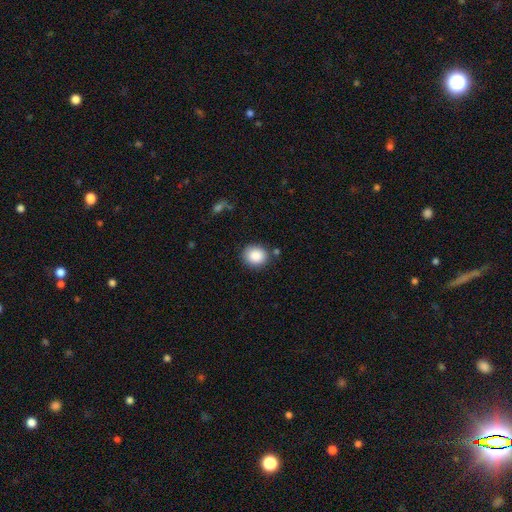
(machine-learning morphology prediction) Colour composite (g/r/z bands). It shows a smooth galaxy with no disk features (88%) that is round (73%). Merging: none (83%).